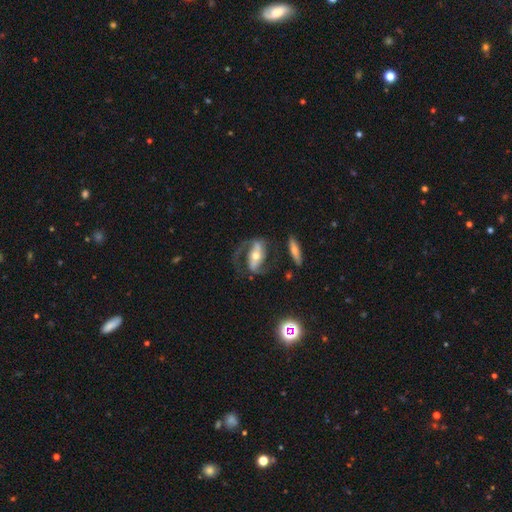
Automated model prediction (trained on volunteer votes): This appears to be a featured or disk galaxy (83%) with a strong bar (51%), 2 (82%) medium (47%) spiral arms (93%) and a moderate central bulge (61%). Merging: none (59%).